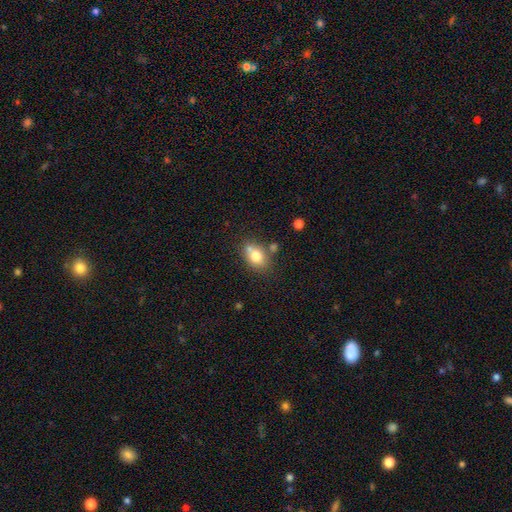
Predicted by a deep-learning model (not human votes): Overall: smooth (75%). How rounded: in between (65%; round 33%). Merging: none (55%; merger 25%).